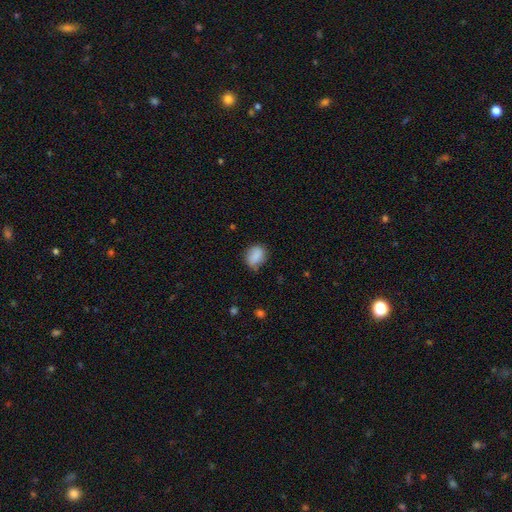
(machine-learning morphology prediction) smooth 85%, star or artifact 8%, featured or disk 7%. Down the decision tree: how rounded — in between (60%); merging — none (65%).